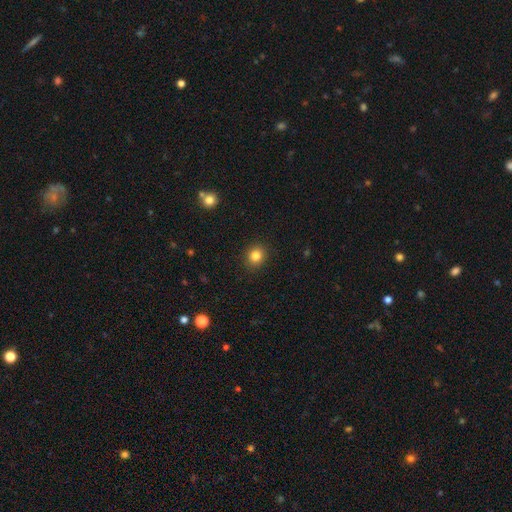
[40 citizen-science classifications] This is clearly a smooth galaxy (80%). How rounded: clearly round (84%). Merging: clearly none (94%).